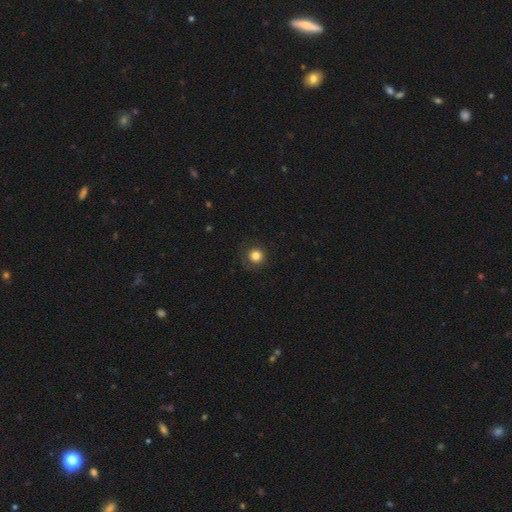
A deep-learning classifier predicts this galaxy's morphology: This is clearly a smooth galaxy (81%). How rounded: clearly round (94%). Merging: clearly none (83%).